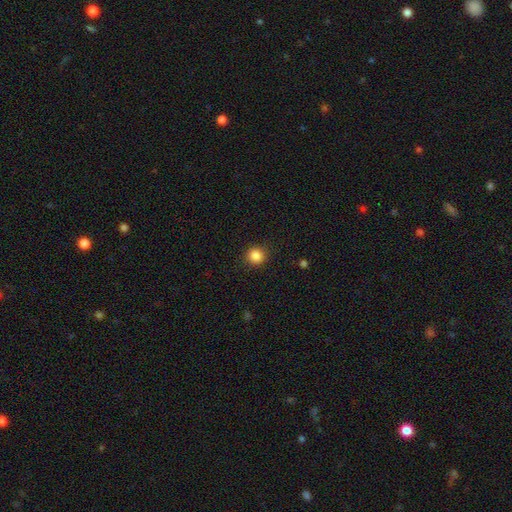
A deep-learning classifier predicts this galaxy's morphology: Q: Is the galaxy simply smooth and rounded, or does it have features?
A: smooth — 86%.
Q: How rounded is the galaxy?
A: round — 91%.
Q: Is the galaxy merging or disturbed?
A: none — 90%.